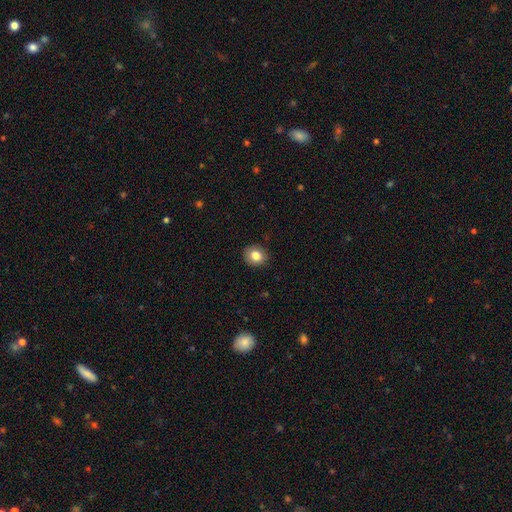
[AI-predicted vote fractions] Smooth or featured? smooth (82%)
How rounded? round (71%)
Merging? none (90%)